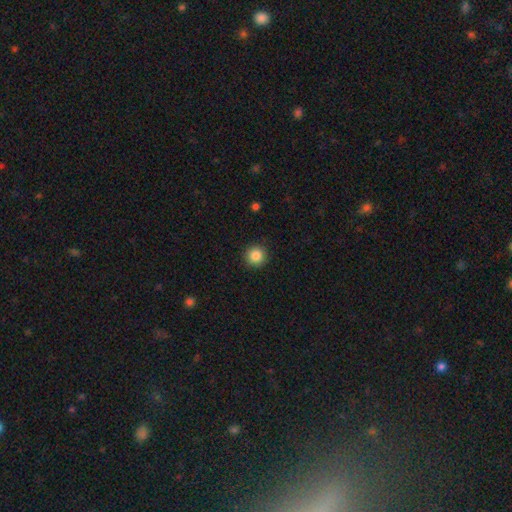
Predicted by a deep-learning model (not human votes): Morphology: type=smooth (86%); roundness=round (95%); merging=none (91%).